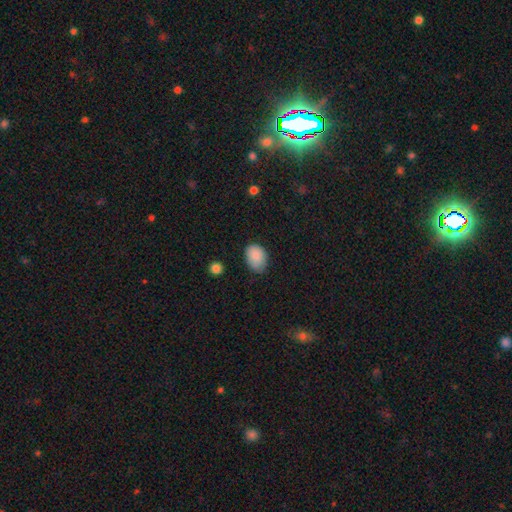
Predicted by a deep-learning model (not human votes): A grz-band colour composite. It shows a smooth galaxy with no disk features (85%) that is in between round and cigar-shaped (75%). Merging: none (65%).